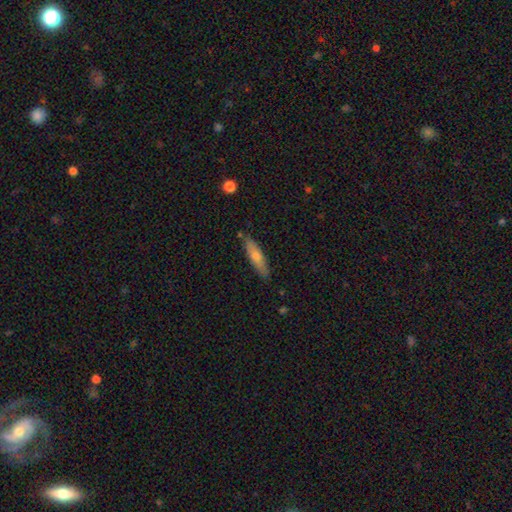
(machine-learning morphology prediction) smooth 61%, featured or disk 32%, star or artifact 6%. Down the decision tree: how rounded — cigar-shaped (77%); merging — none (85%).